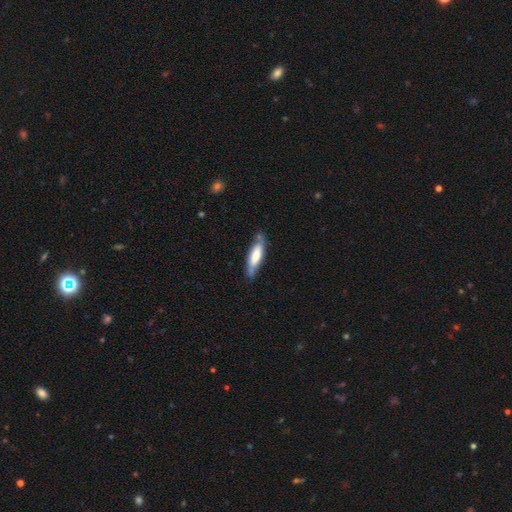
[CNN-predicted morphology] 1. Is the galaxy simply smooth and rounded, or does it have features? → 58% smooth, 37% featured or disk, 6% star or artifact.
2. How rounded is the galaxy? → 68% cigar-shaped, 31% in between, 1% round.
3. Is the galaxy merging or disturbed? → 73% none, 20% minor disturbance, 4% major disturbance, 2% merger.